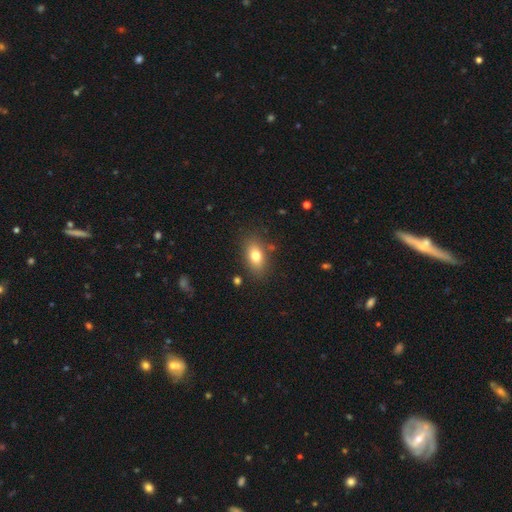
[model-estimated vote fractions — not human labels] Smooth or featured? Predicted: smooth (p=0.77). How rounded? Predicted: in between (p=0.84). Merging? Predicted: none (p=0.82).